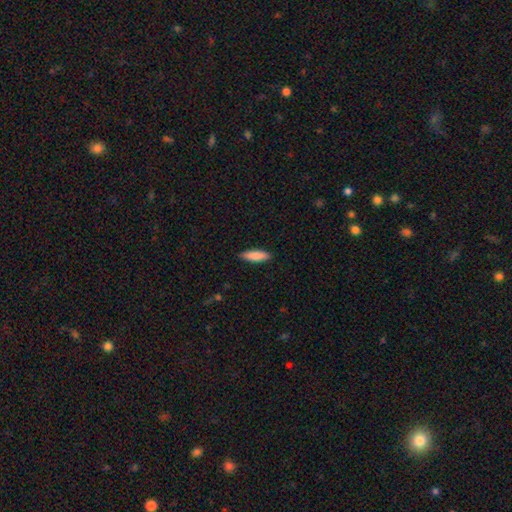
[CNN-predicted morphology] This appears to be a smooth galaxy with no disk features (86%) that is cigar-shaped (60%). Merging: none (88%).